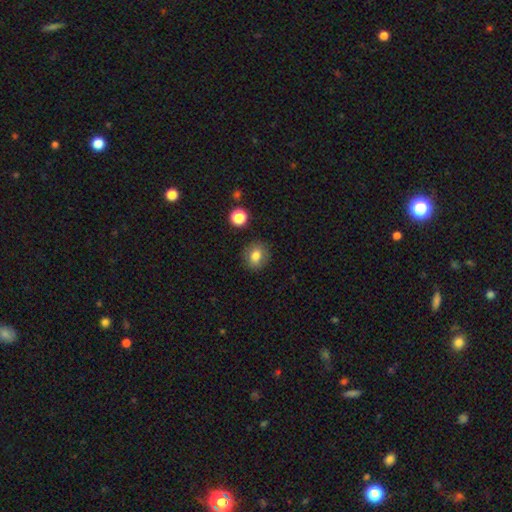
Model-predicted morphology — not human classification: type=smooth (79%); roundness=round (70%); merging=none (86%).